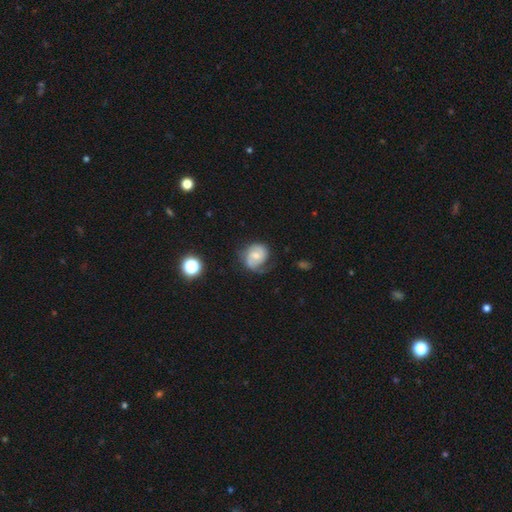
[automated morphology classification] featured or disk 65%, smooth 27%, star or artifact 8%. Down the decision tree: edge-on disk — no (98%); bar — no (53%); spiral arms — yes (89%); spiral arm count — 2 (67%); spiral winding — medium (42%); bulge size — moderate (48%); merging — none (56%).